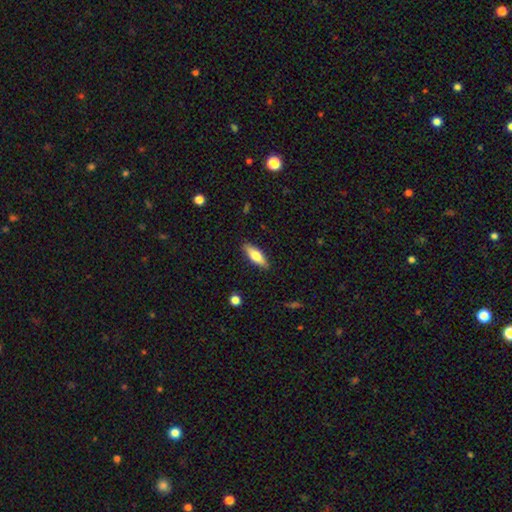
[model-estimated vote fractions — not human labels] Smooth or featured? smooth (67%)
How rounded? in between (59%)
Merging? none (88%)